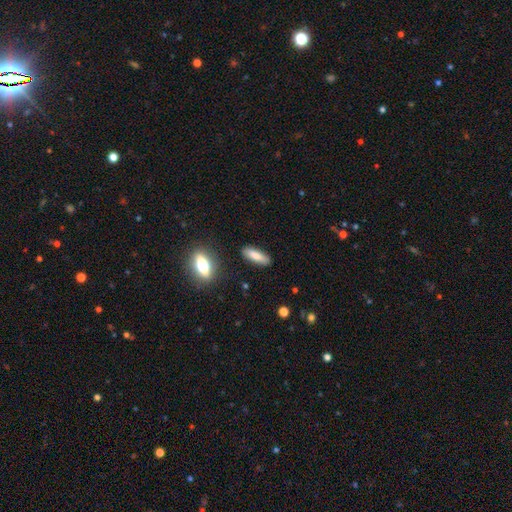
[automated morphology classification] type=smooth (79%); roundness=cigar-shaped (54%); merging=none (86%).